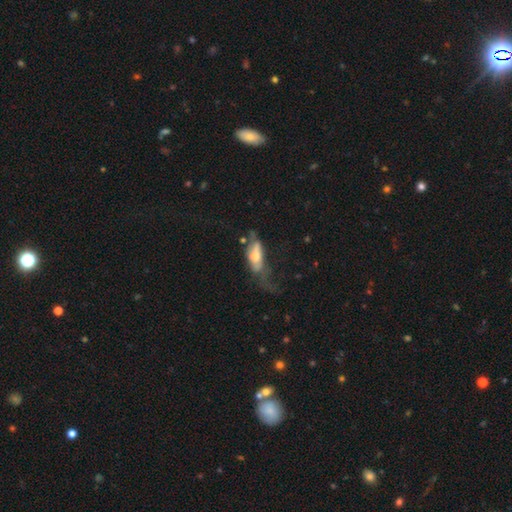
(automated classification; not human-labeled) Overall: smooth (55%; featured or disk 38%). How rounded: in between (74%). Merging: major disturbance (48%; minor disturbance 24%).